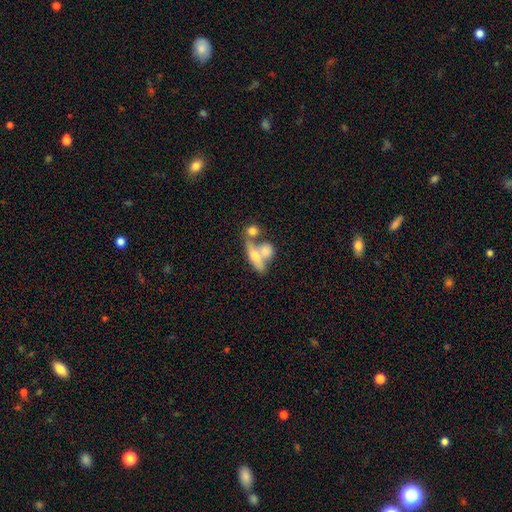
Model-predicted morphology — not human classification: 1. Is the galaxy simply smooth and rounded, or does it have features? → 50% smooth, 40% featured or disk, 9% star or artifact.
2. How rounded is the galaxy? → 51% in between, 36% cigar-shaped, 13% round.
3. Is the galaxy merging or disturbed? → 47% merger, 34% none, 11% minor disturbance, 7% major disturbance.